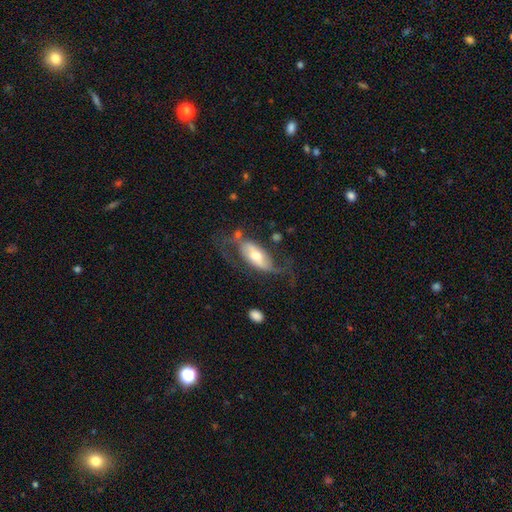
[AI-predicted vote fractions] Smooth or featured: featured or disk — 67% (smooth — 27%)
Edge-on disk: no — 87% (yes — 13%)
Bar: weak — 35% (no — 34%)
Spiral arms: yes — 83% (no — 17%)
Bulge size: moderate — 61% (small — 21%)
Merging: none — 50% (major disturbance — 25%)